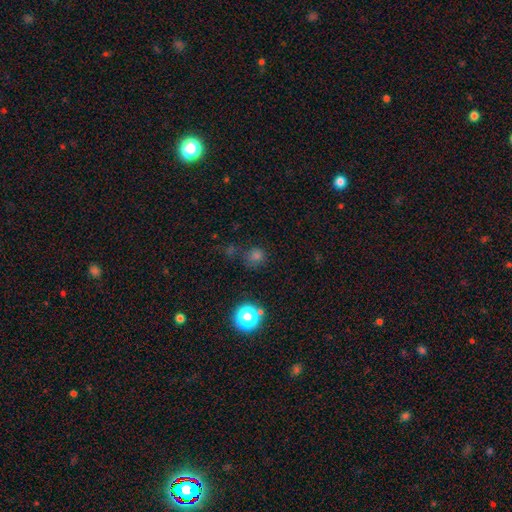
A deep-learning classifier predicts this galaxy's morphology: Smooth or featured: smooth — 64% (star or artifact — 30%)
How rounded: round — 87% (in between — 12%)
Merging: none — 70% (minor disturbance — 14%)